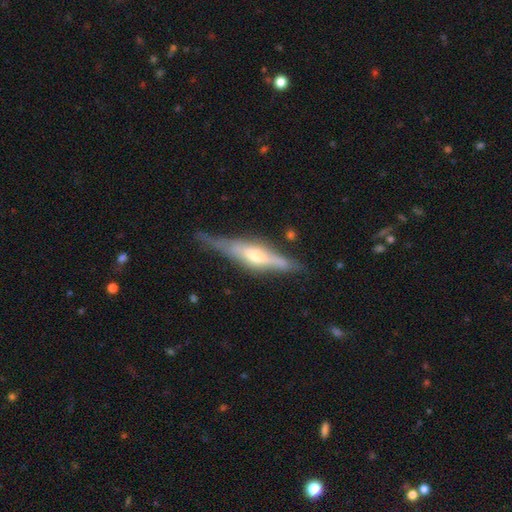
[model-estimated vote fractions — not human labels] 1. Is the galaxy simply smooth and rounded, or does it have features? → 74% featured or disk, 20% smooth, 6% star or artifact.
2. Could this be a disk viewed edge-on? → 91% yes, 9% no.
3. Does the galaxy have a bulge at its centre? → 72% rounded, 20% boxy, 8% none.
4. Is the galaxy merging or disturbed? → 65% none, 25% minor disturbance, 8% major disturbance, 3% merger.